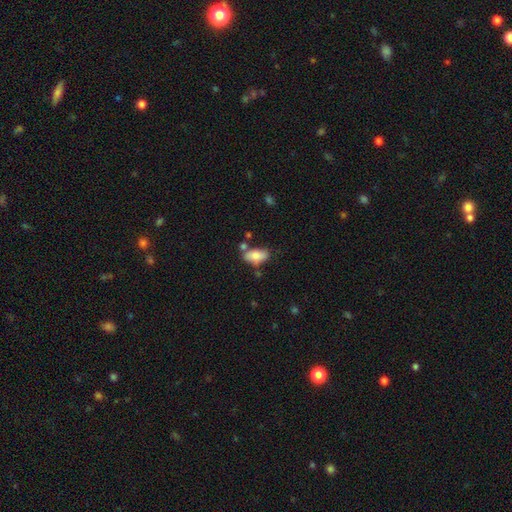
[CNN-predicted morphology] Smooth or featured? smooth (79%)
How rounded? in between (90%)
Merging? none (60%)